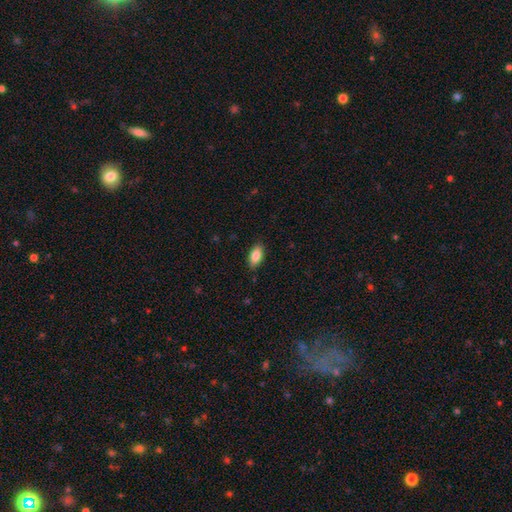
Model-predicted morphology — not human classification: This appears to be a smooth galaxy with no disk features (86%) that is in between round and cigar-shaped (91%). Merging: none (87%).